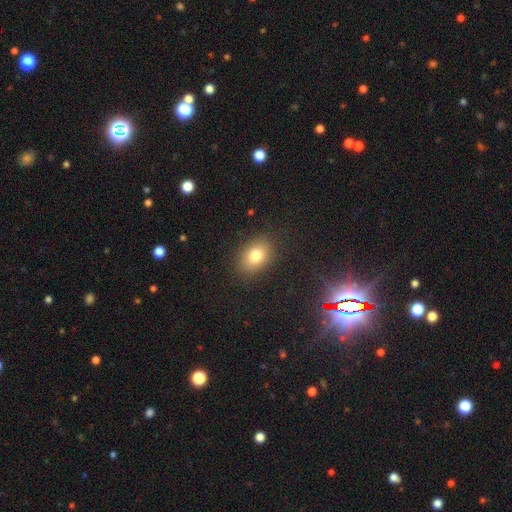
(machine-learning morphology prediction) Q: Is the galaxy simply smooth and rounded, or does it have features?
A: smooth — 79%.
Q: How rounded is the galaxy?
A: in between — 77%.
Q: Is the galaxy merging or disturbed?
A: none — 86%.